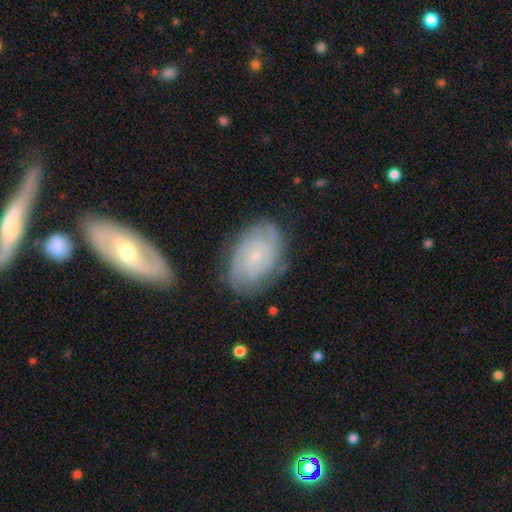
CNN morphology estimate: Smooth or featured?
  - featured or disk: 72% *
  - smooth: 21%
  - star or artifact: 7%
Edge-on disk?
  - no: 96% *
  - yes: 4%
Bar?
  - no: 77% *
  - weak: 20%
  - strong: 3%
Spiral arms?
  - yes: 90% *
  - no: 10%
Spiral winding?
  - tight: 64% *
  - medium: 27%
  - loose: 9%
Spiral arm count?
  - can't tell: 42% *
  - 2: 26%
  - 3: 14%
  - 4: 8%
  - 1: 5%
  - more than 4: 5%
Bulge size?
  - small: 82% *
  - moderate: 13%
  - none: 3%
  - large: 1%
  - dominant: 1%
Merging?
  - none: 71% *
  - minor disturbance: 18%
  - major disturbance: 6%
  - merger: 4%